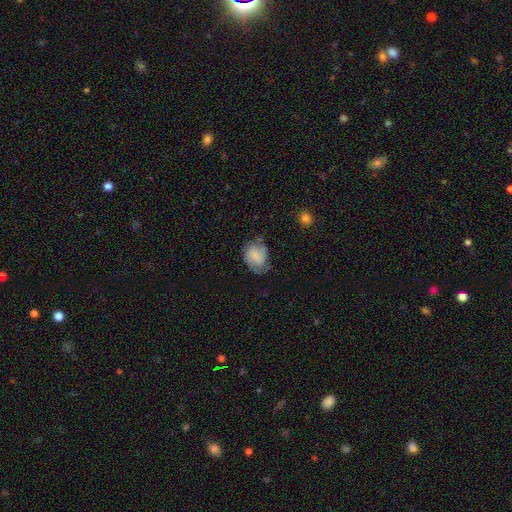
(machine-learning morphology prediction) smooth-or-featured: featured or disk: 47% | smooth: 45% | star or artifact: 8%
  merging: none: 51% | minor disturbance: 30% | major disturbance: 17% | merger: 2%